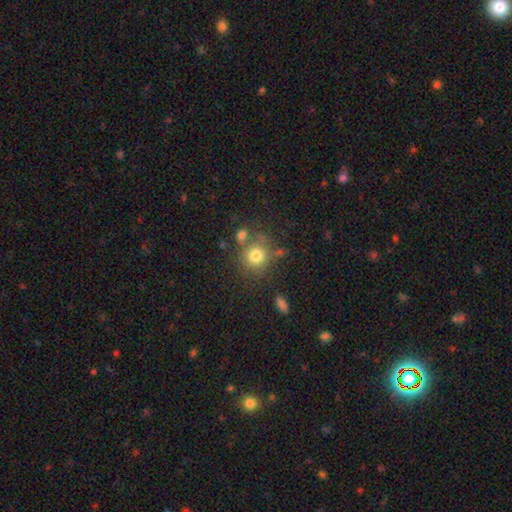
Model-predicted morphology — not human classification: Smooth or featured?
  - smooth: 77% *
  - star or artifact: 13%
  - featured or disk: 10%
How rounded?
  - round: 87% *
  - in between: 12%
  - cigar-shaped: 1%
Merging?
  - none: 67% *
  - merger: 14%
  - minor disturbance: 13%
  - major disturbance: 6%